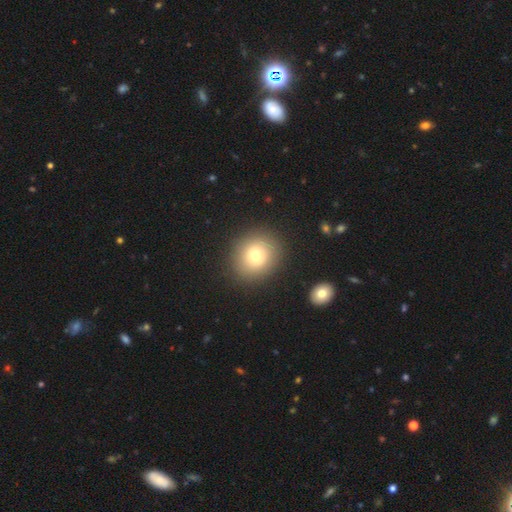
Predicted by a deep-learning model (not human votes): Smooth or featured?
  - smooth: 76% *
  - star or artifact: 12%
  - featured or disk: 12%
How rounded?
  - round: 81% *
  - in between: 18%
  - cigar-shaped: 1%
Merging?
  - none: 88% *
  - minor disturbance: 7%
  - major disturbance: 3%
  - merger: 2%